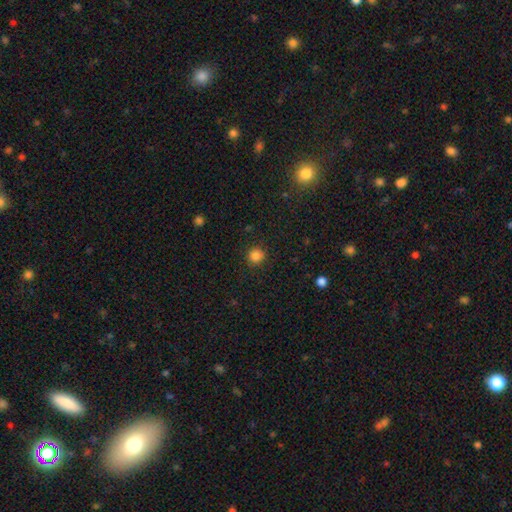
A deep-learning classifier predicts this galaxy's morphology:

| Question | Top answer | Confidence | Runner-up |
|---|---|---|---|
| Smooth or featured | smooth | 85% | star or artifact (12%) |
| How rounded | round | 92% | in between (7%) |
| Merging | none | 90% | minor disturbance (7%) |